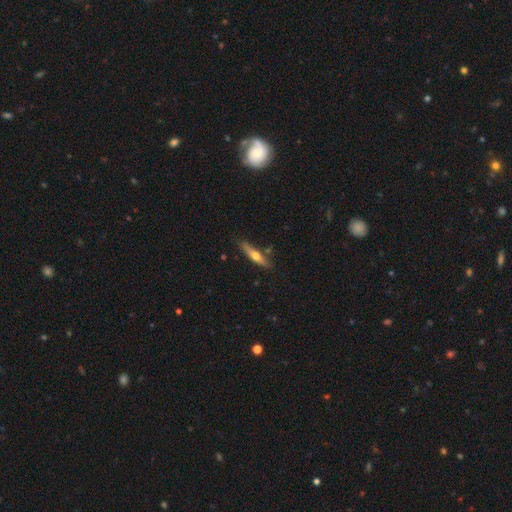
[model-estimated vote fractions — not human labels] Overall: featured or disk (51%; smooth 43%). Edge-on disk: yes (92%). Merging: none (80%).